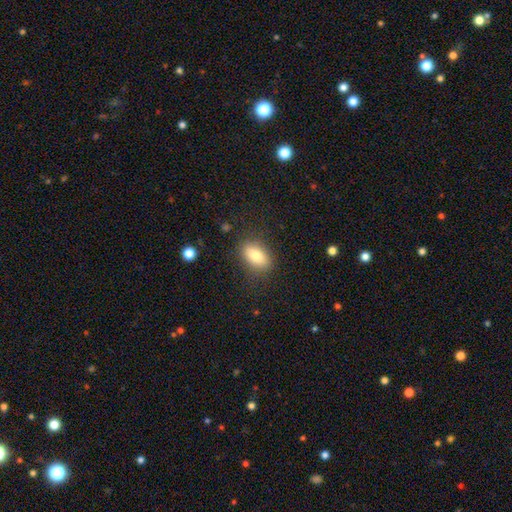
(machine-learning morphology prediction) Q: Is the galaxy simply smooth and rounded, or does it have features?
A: smooth — 78%.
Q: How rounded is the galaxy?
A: in between — 86%.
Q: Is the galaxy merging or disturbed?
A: none — 82%.